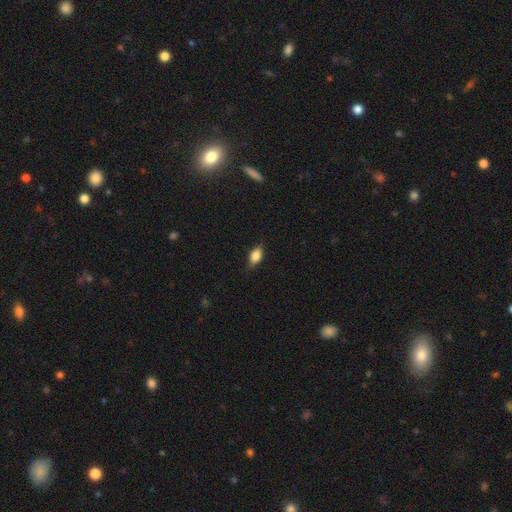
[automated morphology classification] smooth_or_featured: smooth (p=0.85) [alt: star or artifact p=0.08]
how_rounded: in between (p=0.88) [alt: round p=0.07]
merging: none (p=0.81) [alt: minor disturbance p=0.15]